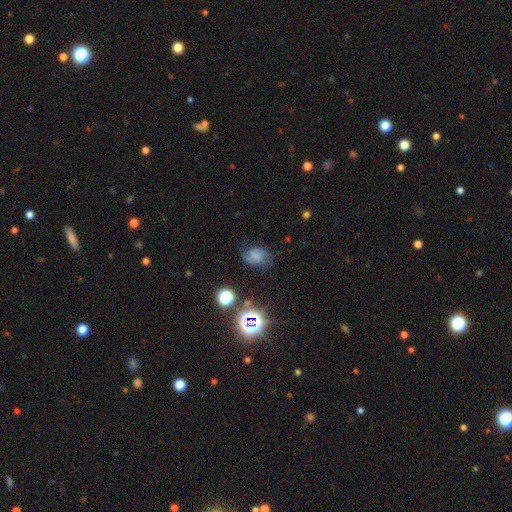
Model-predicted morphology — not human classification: smooth 43%, featured or disk 38%, star or artifact 18%. Down the decision tree: merging — none (64%).